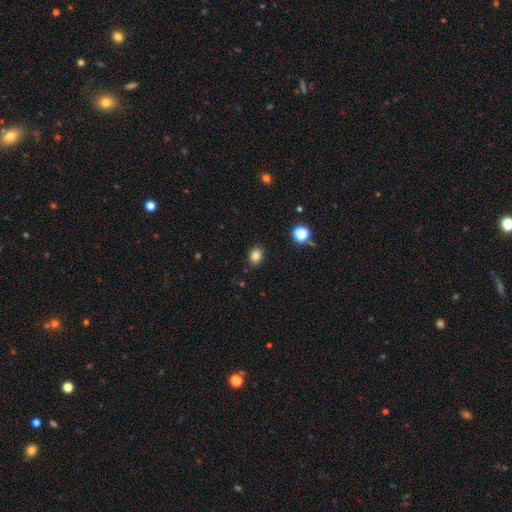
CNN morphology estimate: Smooth or featured? Predicted: smooth (p=0.83). How rounded? Predicted: in between (p=0.56). Merging? Predicted: none (p=0.87).